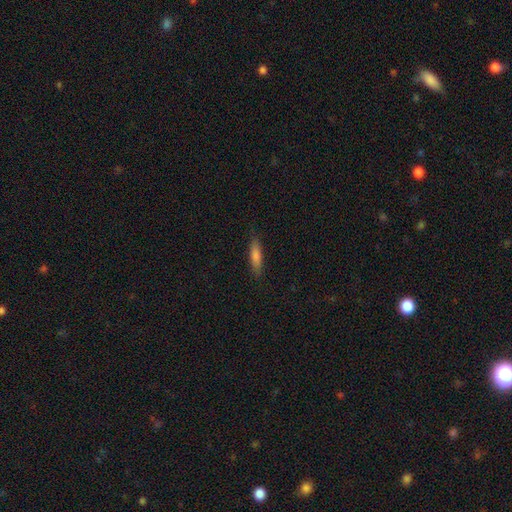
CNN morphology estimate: Smooth or featured?
  - smooth: 68% *
  - featured or disk: 24%
  - star or artifact: 8%
How rounded?
  - cigar-shaped: 78% *
  - in between: 21%
  - round: 2%
Merging?
  - none: 86% *
  - minor disturbance: 11%
  - major disturbance: 2%
  - merger: 1%